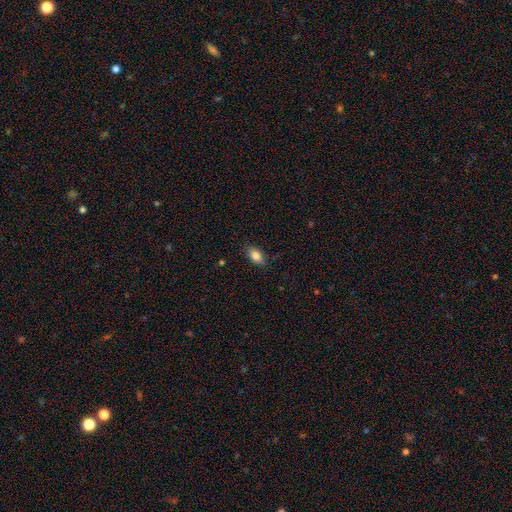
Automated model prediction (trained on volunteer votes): smooth-or-featured: smooth: 82% | featured or disk: 10% | star or artifact: 8%
  how-rounded: in between: 87% | round: 7% | cigar-shaped: 6%
  merging: none: 81% | minor disturbance: 14% | major disturbance: 3% | merger: 1%